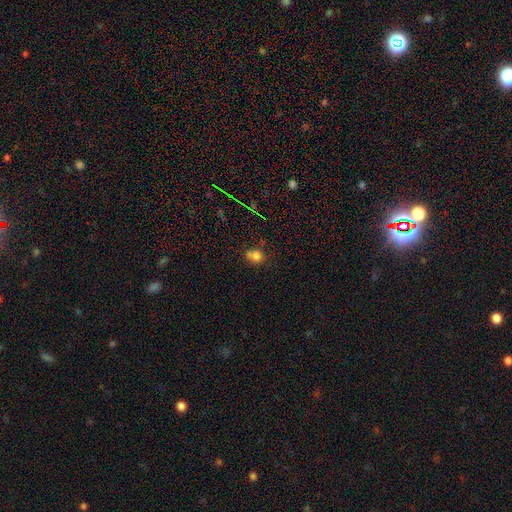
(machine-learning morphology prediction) smooth 74%, star or artifact 16%, featured or disk 10%. Down the decision tree: how rounded — round (70%); merging — none (49%).